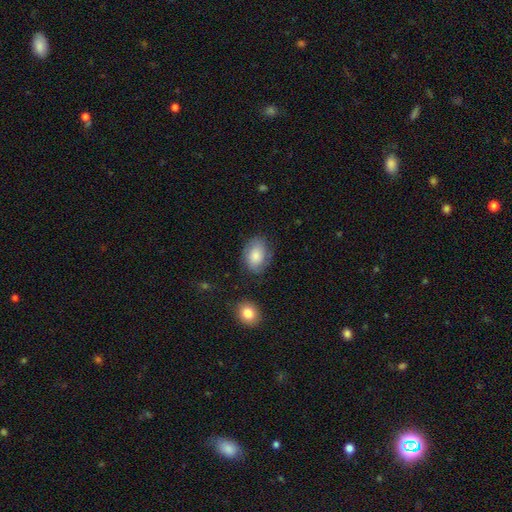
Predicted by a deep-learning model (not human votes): Smooth or featured: smooth — 76% (featured or disk — 17%)
How rounded: in between — 81% (round — 18%)
Merging: none — 71% (minor disturbance — 20%)